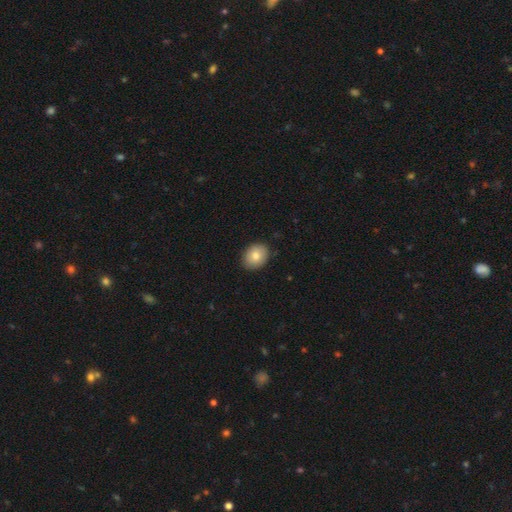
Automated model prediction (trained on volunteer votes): Smooth or featured?
  - smooth: 82% *
  - featured or disk: 11%
  - star or artifact: 8%
How rounded?
  - in between: 56% *
  - round: 43%
  - cigar-shaped: 1%
Merging?
  - none: 87% *
  - minor disturbance: 10%
  - major disturbance: 2%
  - merger: 1%